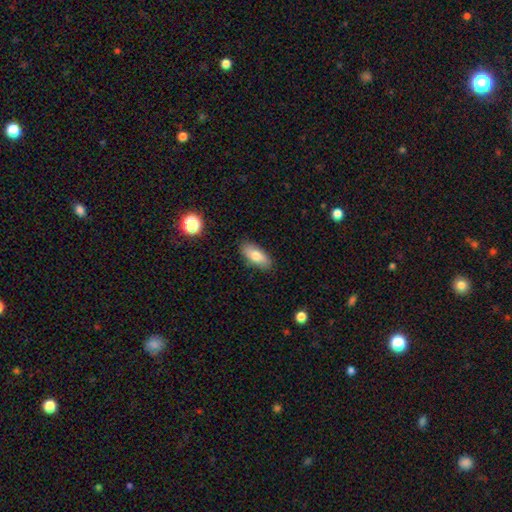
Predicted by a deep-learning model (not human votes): A smooth galaxy with no disk features (77%) that is in between round and cigar-shaped (82%).

Vote fractions:
- Smooth or featured? smooth: 77% / featured or disk: 16% / star or artifact: 7%
- How rounded? in between: 82% / cigar-shaped: 15% / round: 3%
- Merging? none: 87% / minor disturbance: 10% / major disturbance: 2% / merger: 1%